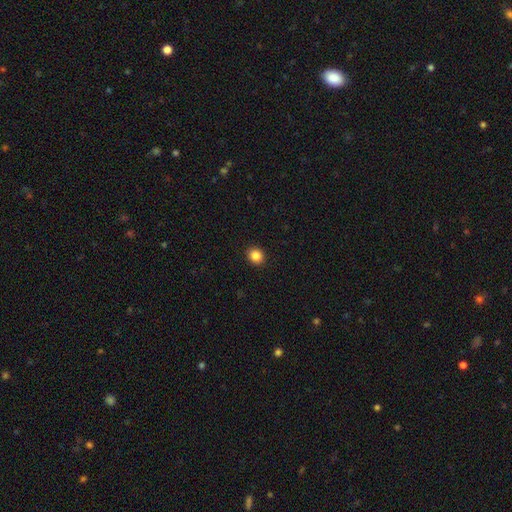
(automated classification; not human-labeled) A smooth galaxy with no disk features (86%) that is round (78%). Merging: none (93%).